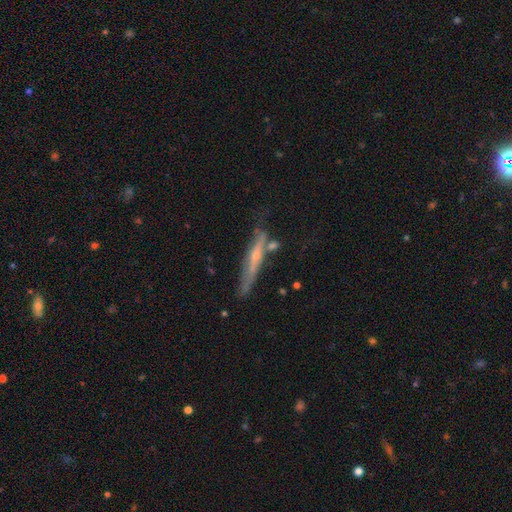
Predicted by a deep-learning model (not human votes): A featured or disk galaxy (63%) viewed edge-on (90%) with a rounded central bulge (57%).

Vote fractions:
- Smooth or featured? featured or disk: 63% / smooth: 29% / star or artifact: 7%
- Edge-on disk? yes: 90% / no: 10%
- Edge-on bulge? rounded: 57% / none: 37% / boxy: 6%
- Merging? none: 65% / minor disturbance: 20% / merger: 8% / major disturbance: 7%